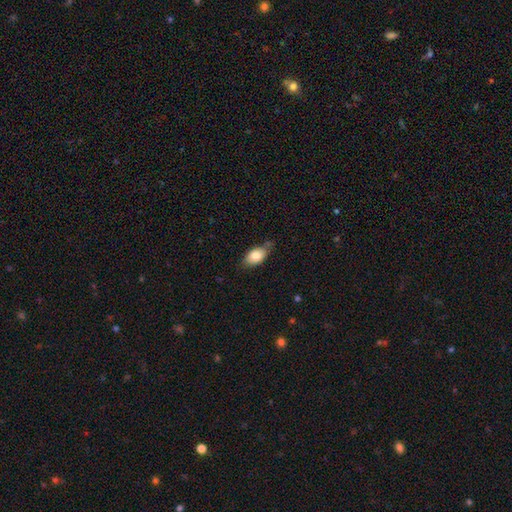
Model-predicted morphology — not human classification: Overall: smooth (82%). How rounded: in between (90%). Merging: none (66%).